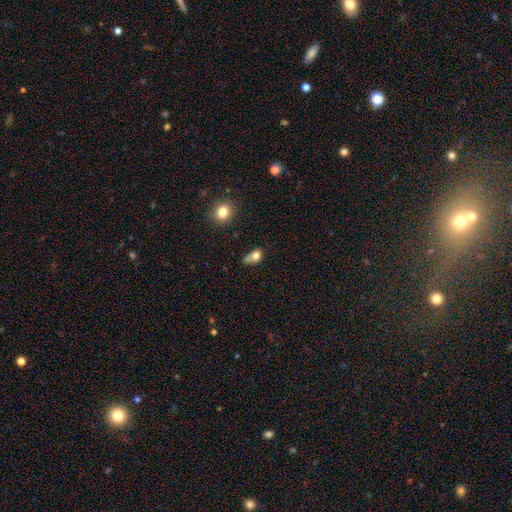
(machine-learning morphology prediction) Overall: smooth (74%). How rounded: in between (67%; round 29%). Merging: none (32%; minor disturbance 31%).